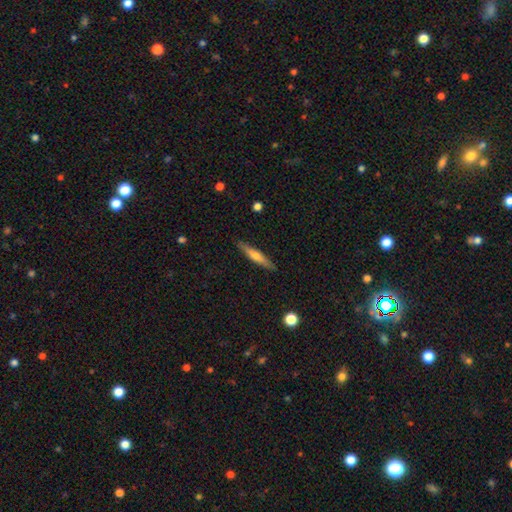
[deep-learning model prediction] Smooth or featured: featured or disk — 50% (smooth — 45%)
Merging: none — 89% (minor disturbance — 8%)